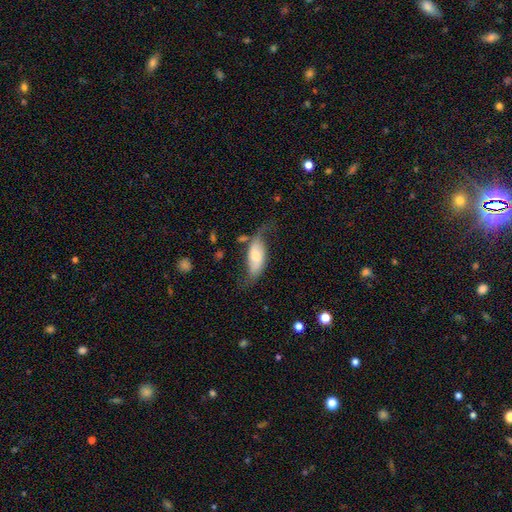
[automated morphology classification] Smooth or featured: featured or disk — 52% (smooth — 41%)
Edge-on disk: no — 86% (yes — 14%)
Merging: none — 45% (minor disturbance — 29%)